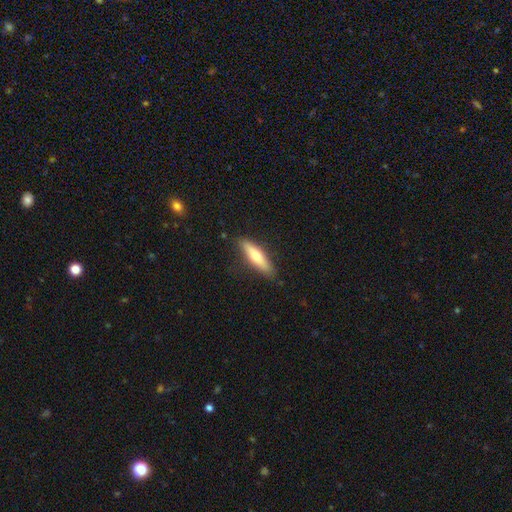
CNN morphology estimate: Smooth or featured?
  - smooth: 59% *
  - featured or disk: 35%
  - star or artifact: 6%
How rounded?
  - cigar-shaped: 73% *
  - in between: 25%
  - round: 2%
Merging?
  - none: 85% *
  - minor disturbance: 11%
  - major disturbance: 2%
  - merger: 1%